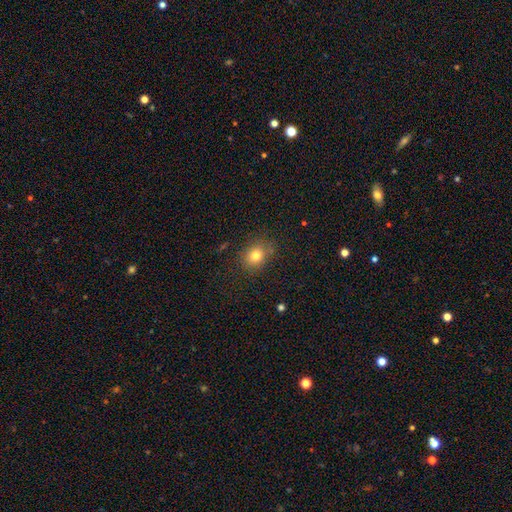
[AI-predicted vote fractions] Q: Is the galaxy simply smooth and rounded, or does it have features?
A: smooth — 78%.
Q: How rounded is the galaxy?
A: round — 59%.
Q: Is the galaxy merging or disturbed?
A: none — 80%.